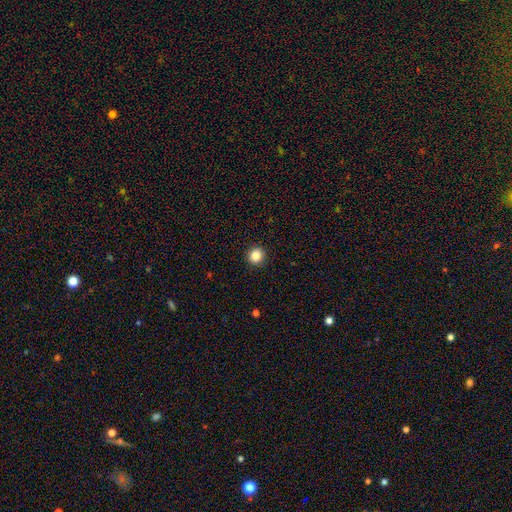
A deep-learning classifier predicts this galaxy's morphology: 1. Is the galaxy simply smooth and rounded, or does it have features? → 86% smooth, 10% star or artifact, 4% featured or disk.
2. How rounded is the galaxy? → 85% round, 14% in between, 1% cigar-shaped.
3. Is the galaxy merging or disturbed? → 91% none, 6% minor disturbance, 2% major disturbance, 1% merger.